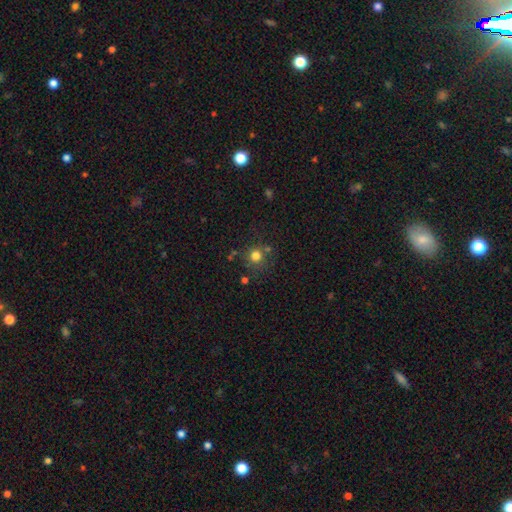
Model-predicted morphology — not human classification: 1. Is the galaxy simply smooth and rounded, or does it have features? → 77% smooth, 15% star or artifact, 8% featured or disk.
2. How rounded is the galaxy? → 91% round, 8% in between, 1% cigar-shaped.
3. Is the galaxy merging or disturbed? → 74% none, 11% minor disturbance, 10% merger, 5% major disturbance.